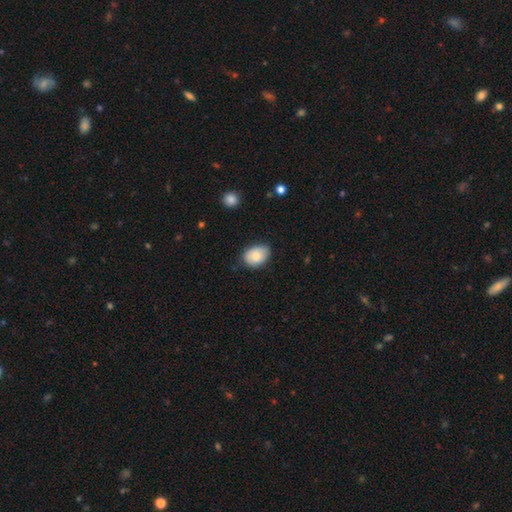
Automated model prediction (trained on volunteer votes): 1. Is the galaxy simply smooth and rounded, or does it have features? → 82% smooth, 11% featured or disk, 7% star or artifact.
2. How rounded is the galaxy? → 78% in between, 21% round, 1% cigar-shaped.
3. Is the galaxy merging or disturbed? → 73% none, 22% minor disturbance, 3% major disturbance, 1% merger.